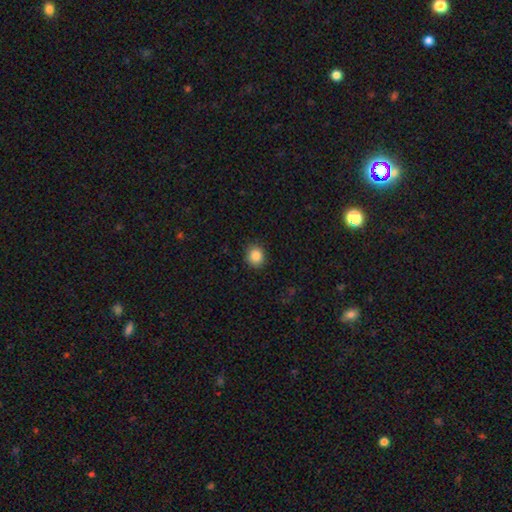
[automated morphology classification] Smooth or featured: smooth — 86% (star or artifact — 10%)
How rounded: round — 79% (in between — 20%)
Merging: none — 90% (minor disturbance — 7%)